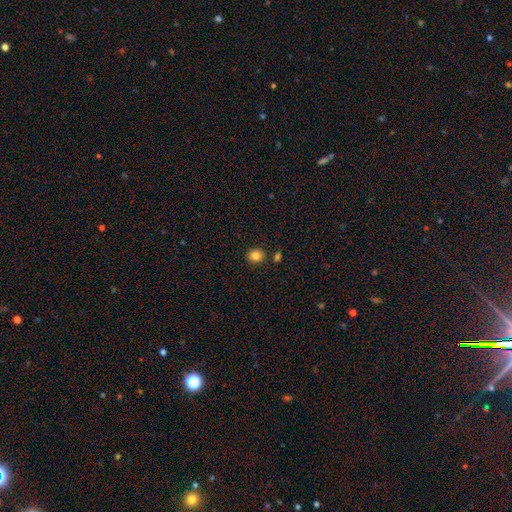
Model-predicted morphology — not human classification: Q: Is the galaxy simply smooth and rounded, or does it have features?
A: smooth — 84%.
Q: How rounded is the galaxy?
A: round — 79%.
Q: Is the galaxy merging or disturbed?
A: none — 86%.